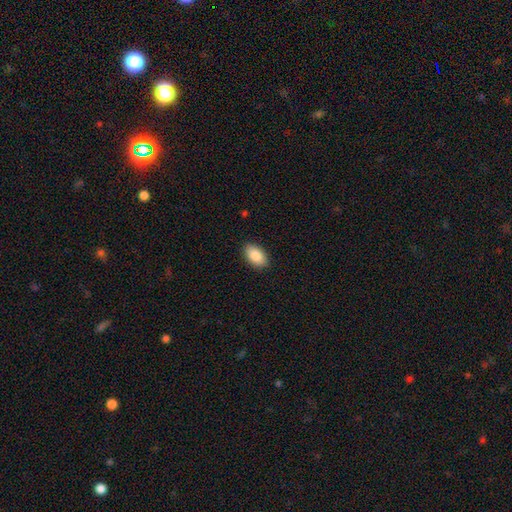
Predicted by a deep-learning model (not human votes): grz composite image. It shows a smooth galaxy with no disk features (88%) that is in between round and cigar-shaped (94%). Merging: none (89%).